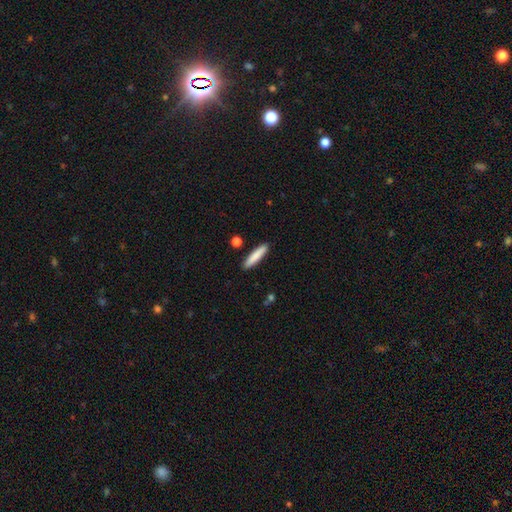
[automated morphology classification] A smooth galaxy with no disk features (83%) that is cigar-shaped (87%). Merging: none (90%).